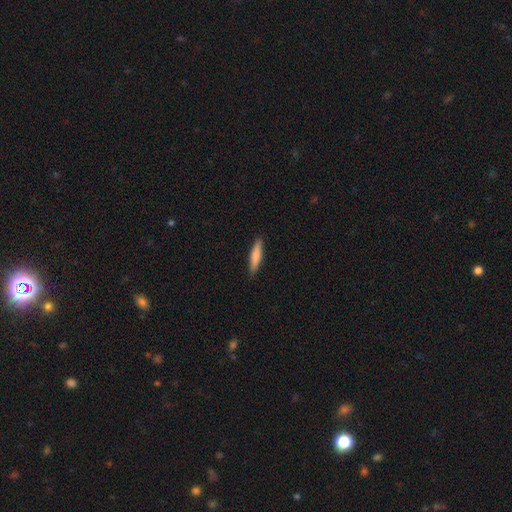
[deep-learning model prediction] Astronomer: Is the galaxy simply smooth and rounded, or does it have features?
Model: smooth — 78%.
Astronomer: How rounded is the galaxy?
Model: cigar-shaped — 84%.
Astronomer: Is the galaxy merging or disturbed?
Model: none — 90%.